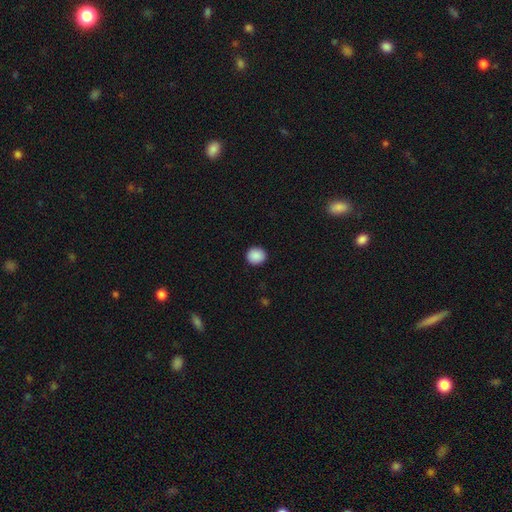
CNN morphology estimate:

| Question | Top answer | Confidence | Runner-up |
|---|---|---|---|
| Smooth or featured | smooth | 89% | star or artifact (8%) |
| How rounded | round | 88% | in between (11%) |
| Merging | none | 92% | minor disturbance (5%) |